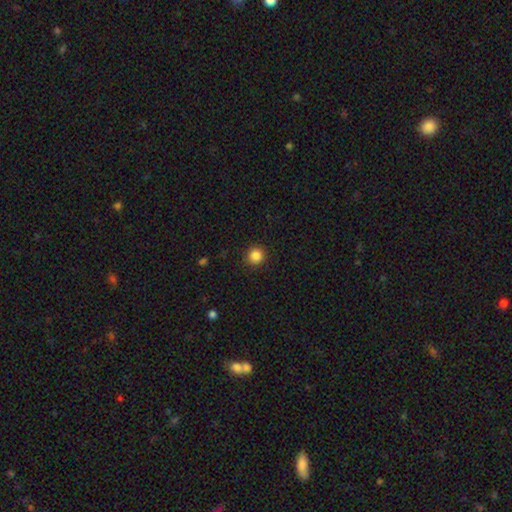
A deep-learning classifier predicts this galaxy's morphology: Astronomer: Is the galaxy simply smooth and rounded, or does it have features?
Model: smooth — 86%.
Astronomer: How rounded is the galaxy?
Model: round — 94%.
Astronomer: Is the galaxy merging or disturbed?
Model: none — 91%.